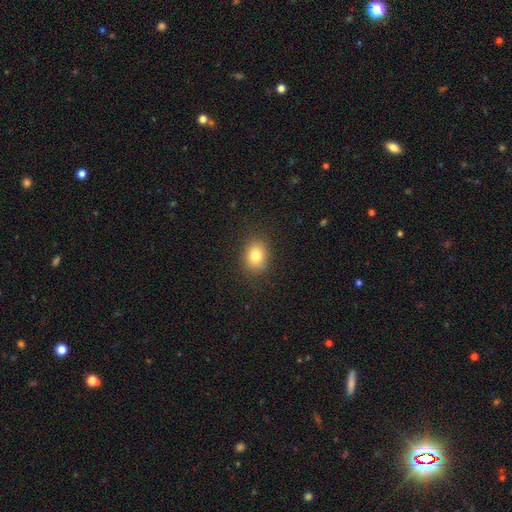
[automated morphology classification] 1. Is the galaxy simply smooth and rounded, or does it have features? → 81% smooth, 11% star or artifact, 8% featured or disk.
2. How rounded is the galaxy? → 50% round, 49% in between, 1% cigar-shaped.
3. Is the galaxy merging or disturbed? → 87% none, 9% minor disturbance, 3% major disturbance, 1% merger.